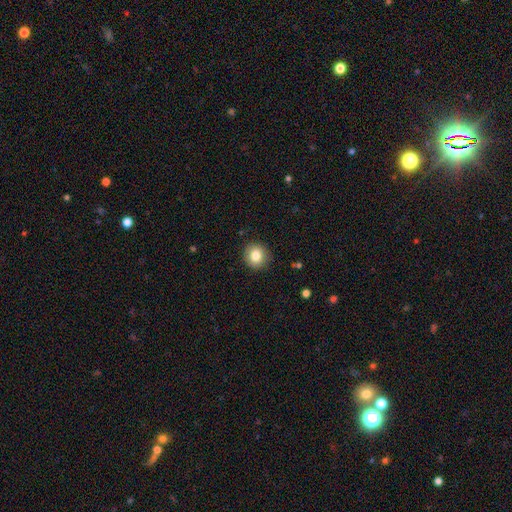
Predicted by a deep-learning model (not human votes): A smooth galaxy with no disk features (83%) that is round (90%).

Vote fractions:
- Smooth or featured? smooth: 83% / star or artifact: 9% / featured or disk: 8%
- How rounded? round: 90% / in between: 9% / cigar-shaped: 1%
- Merging? none: 90% / minor disturbance: 7% / major disturbance: 2% / merger: 1%